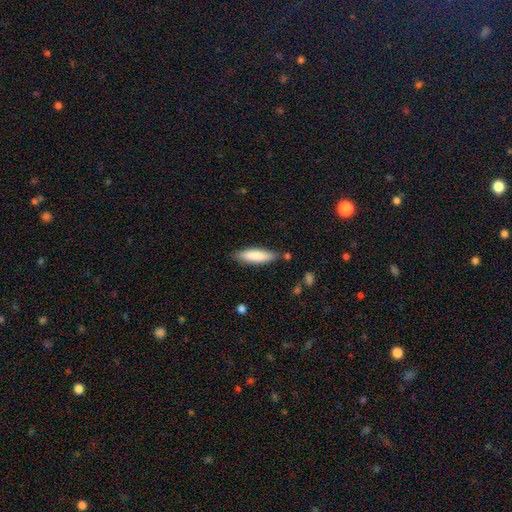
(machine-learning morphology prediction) smooth-or-featured: smooth: 82% | featured or disk: 12% | star or artifact: 5%
  how-rounded: cigar-shaped: 61% | in between: 37% | round: 1%
  merging: none: 81% | minor disturbance: 13% | merger: 3% | major disturbance: 3%